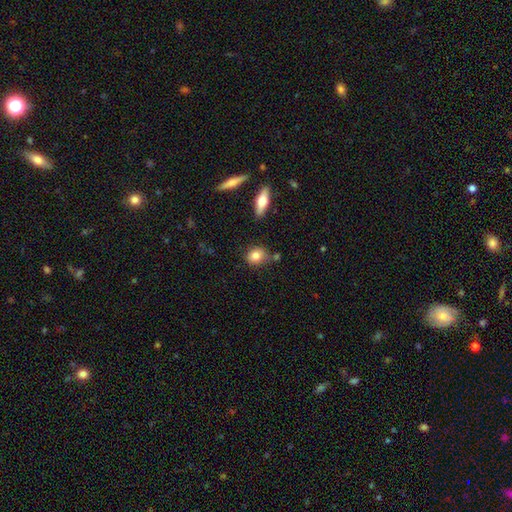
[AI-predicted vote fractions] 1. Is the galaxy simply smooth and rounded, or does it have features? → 81% smooth, 10% featured or disk, 9% star or artifact.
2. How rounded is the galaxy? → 65% round, 33% in between, 2% cigar-shaped.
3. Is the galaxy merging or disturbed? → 72% none, 17% minor disturbance, 8% merger, 4% major disturbance.